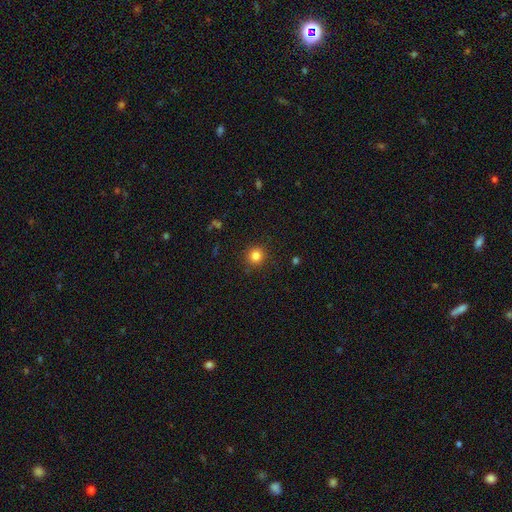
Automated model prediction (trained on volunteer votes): The model was most divided on "smooth or featured": smooth: 83%, star or artifact: 12%, featured or disk: 5%. More confident: how rounded — round (92%); merging — none (90%).